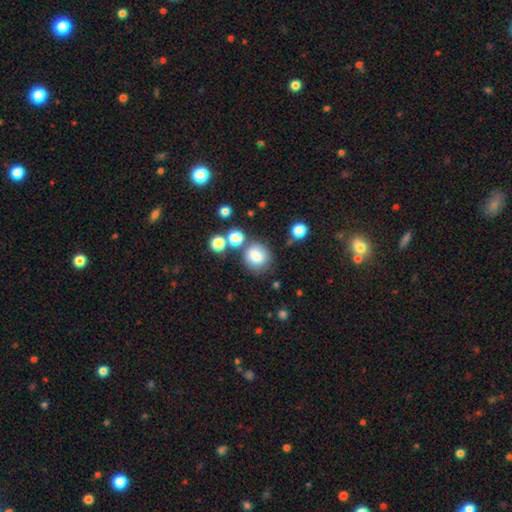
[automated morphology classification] The model was most divided on "merging": none: 66%, minor disturbance: 15%, merger: 13%, major disturbance: 6%. More confident: smooth or featured — smooth (79%); how rounded — round (78%).